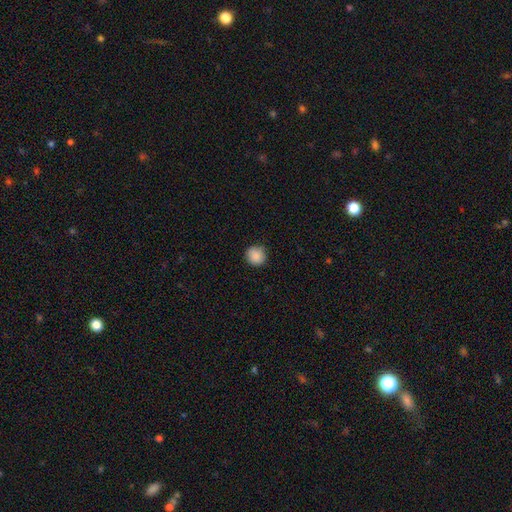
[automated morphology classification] This appears to be a smooth galaxy with no disk features (88%) that is round (92%). Merging: none (88%).